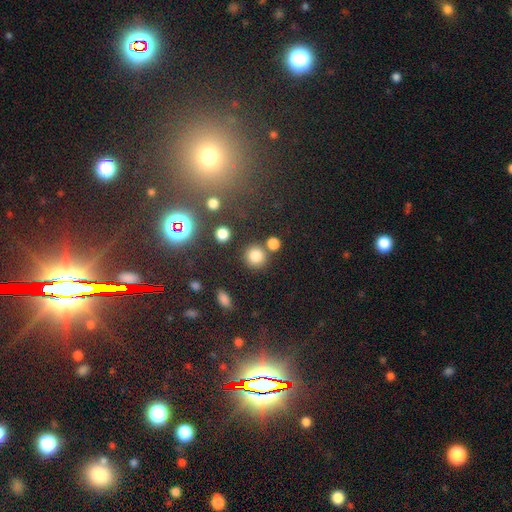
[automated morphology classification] This appears to be a smooth galaxy with no disk features (80%) that is round (89%). Merging: none (75%).